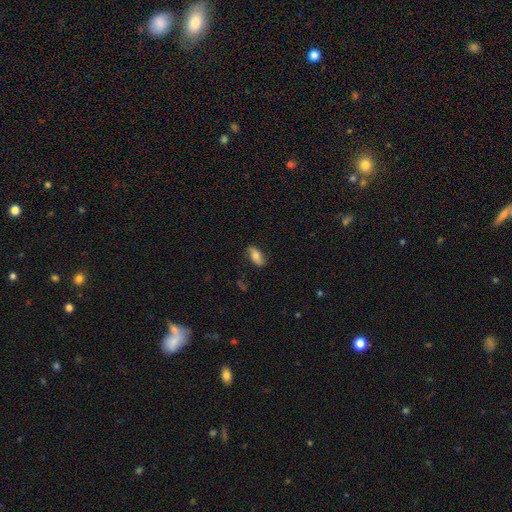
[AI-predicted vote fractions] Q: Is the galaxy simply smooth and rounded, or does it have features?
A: smooth — 66%.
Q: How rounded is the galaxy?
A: in between — 82%.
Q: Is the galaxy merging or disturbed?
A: none — 81%.